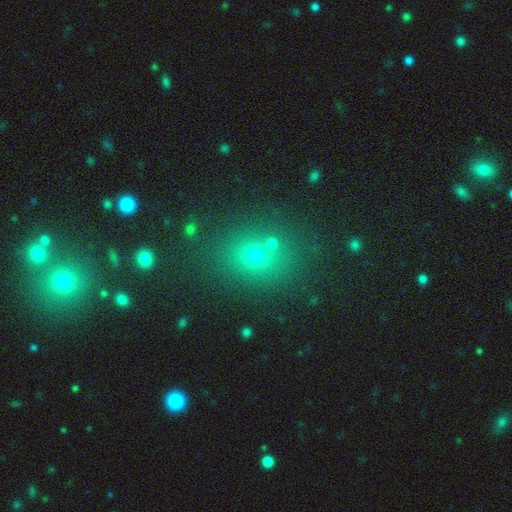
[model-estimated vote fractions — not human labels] Q: Smooth or featured?
A: smooth (64%); runner-up: star or artifact (25%)
Q: How rounded?
A: round (61%); runner-up: in between (38%)
Q: Merging?
A: none (73%); runner-up: merger (12%)